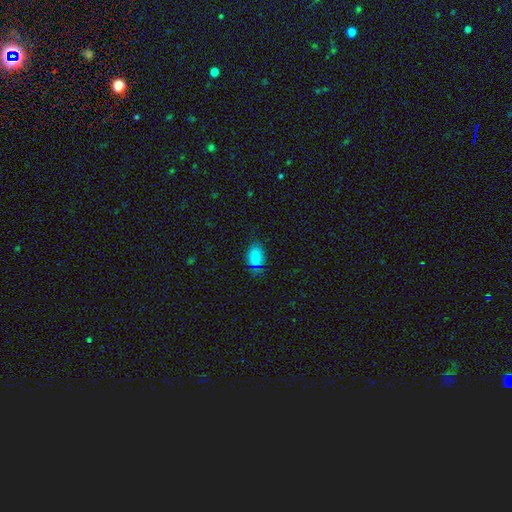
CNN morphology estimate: This appears to be a smooth galaxy with no disk features (83%) that is in between round and cigar-shaped (88%). Merging: none (70%).